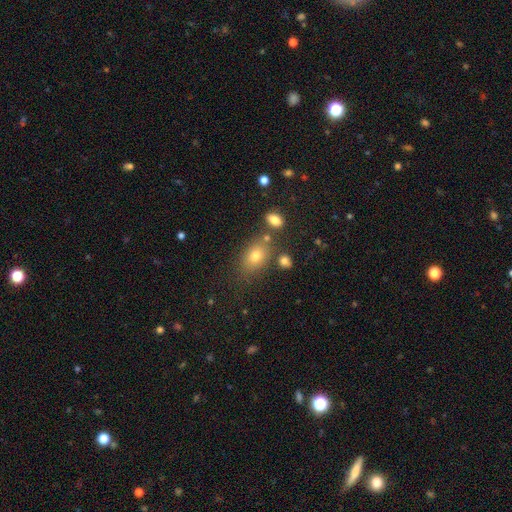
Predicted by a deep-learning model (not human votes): smooth_or_featured: smooth (p=0.74) [alt: star or artifact p=0.14]
how_rounded: in between (p=0.76) [alt: round p=0.22]
merging: none (p=0.72) [alt: minor disturbance p=0.14]